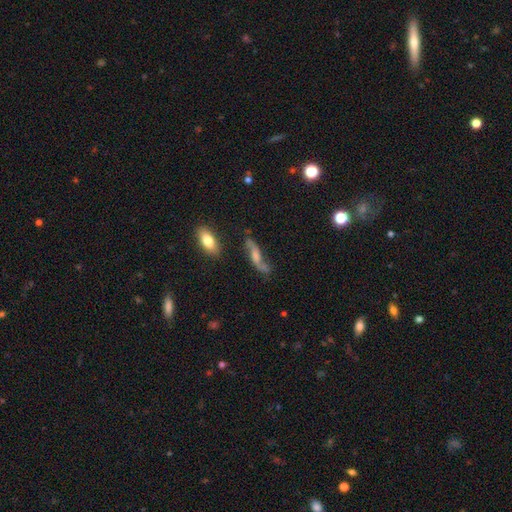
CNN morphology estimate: Smooth or featured: featured or disk — 67% (smooth — 22%)
Edge-on disk: no — 76% (yes — 24%)
Bar: no — 49% (weak — 37%)
Spiral arms: yes — 89% (no — 11%)
Bulge size: none — 30% (small — 29%)
Merging: none — 61% (minor disturbance — 21%)